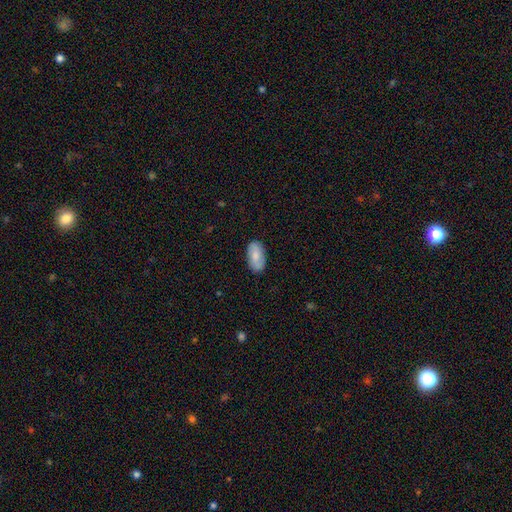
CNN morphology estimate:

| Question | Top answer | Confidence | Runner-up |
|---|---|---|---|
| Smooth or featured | smooth | 74% | featured or disk (20%) |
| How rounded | in between | 94% | round (3%) |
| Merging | none | 86% | minor disturbance (11%) |